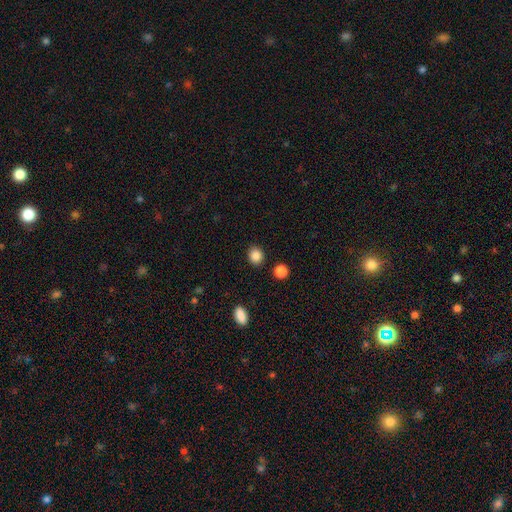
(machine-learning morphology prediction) A smooth galaxy with no disk features (87%) that is round (72%). Merging: none (88%).